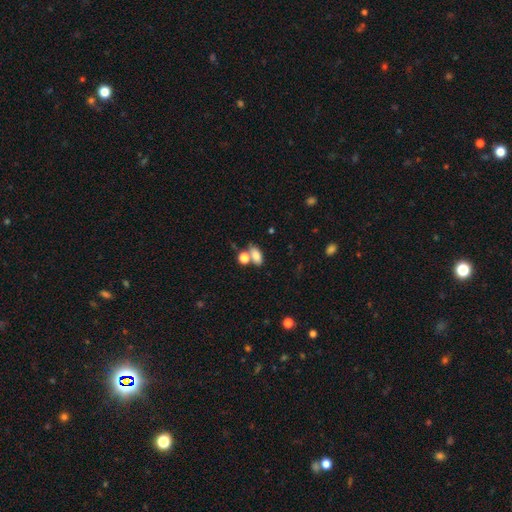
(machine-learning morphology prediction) smooth-or-featured: smooth: 78% | featured or disk: 11% | star or artifact: 10%
  how-rounded: in between: 85% | round: 10% | cigar-shaped: 5%
  merging: none: 47% | merger: 35% | minor disturbance: 12% | major disturbance: 5%